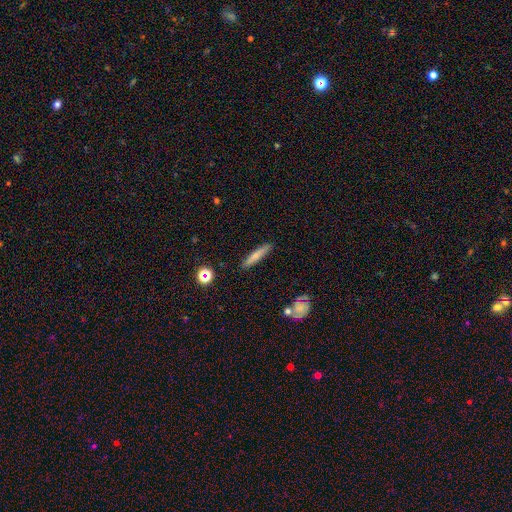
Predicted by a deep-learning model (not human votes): A smooth galaxy with no disk features (71%) that is cigar-shaped (90%). Merging: none (88%).